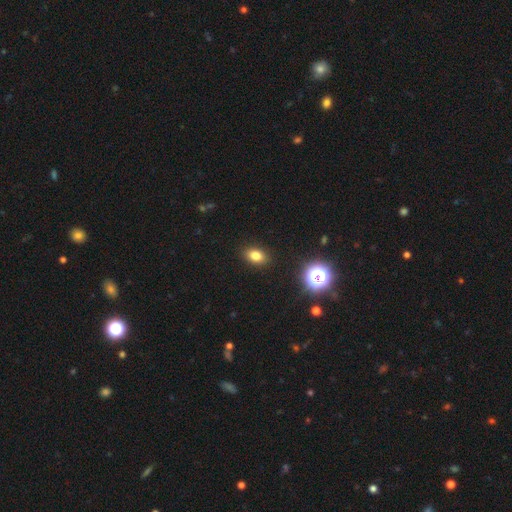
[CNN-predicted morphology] Smooth or featured? smooth (80%)
How rounded? in between (78%)
Merging? none (90%)